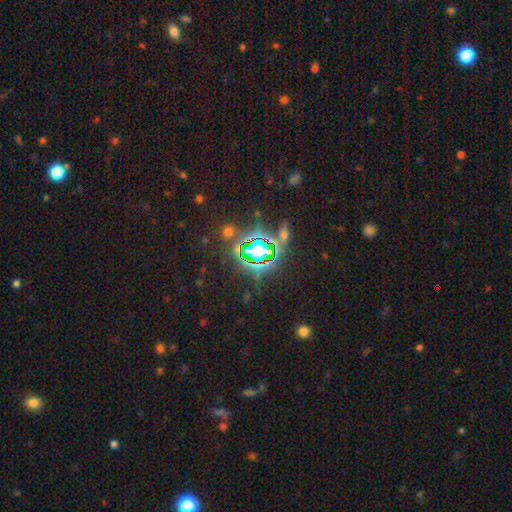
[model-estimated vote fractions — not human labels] star or artifact 75%, smooth 15%, featured or disk 10%.